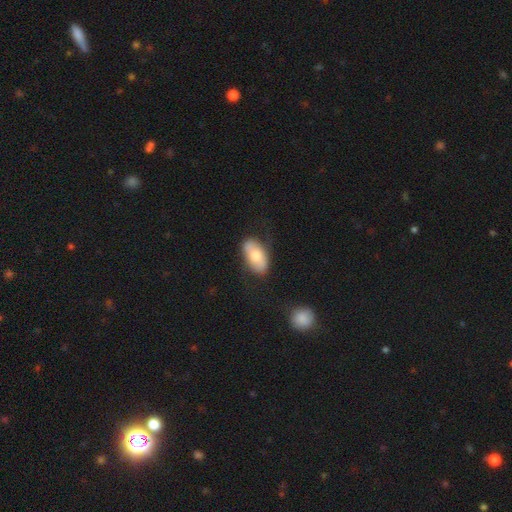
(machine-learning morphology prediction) Smooth or featured: smooth — 66% (featured or disk — 28%)
How rounded: in between — 93% (round — 4%)
Merging: none — 76% (minor disturbance — 17%)